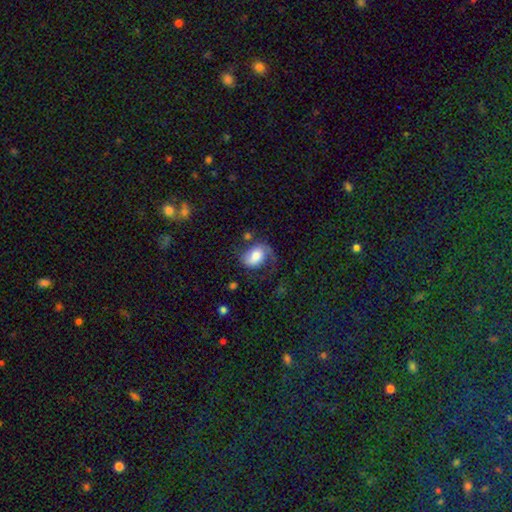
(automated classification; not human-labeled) This is possibly a smooth galaxy (55%). How rounded: likely in between (74%). Merging: possibly none (45%).